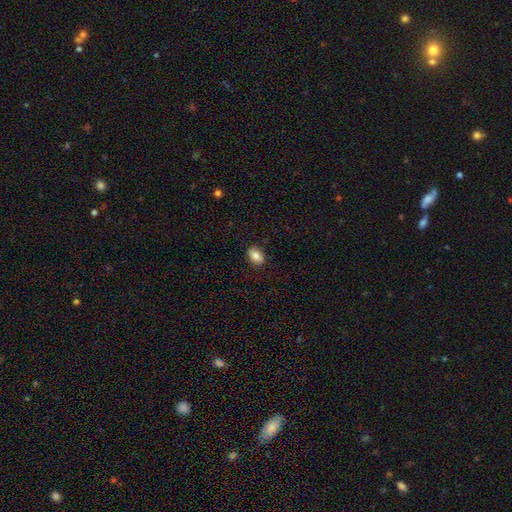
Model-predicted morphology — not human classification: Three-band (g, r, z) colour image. It shows a smooth galaxy with no disk features (84%) that is in between round and cigar-shaped (85%). Merging: none (86%).